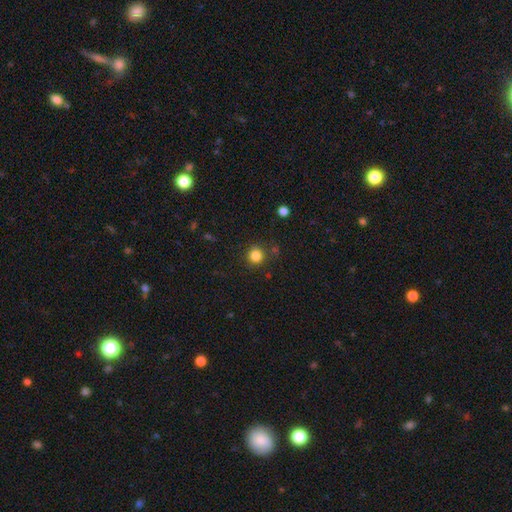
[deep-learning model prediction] A smooth galaxy with no disk features (83%) that is round (92%).

Vote fractions:
- Smooth or featured? smooth: 83% / star or artifact: 12% / featured or disk: 4%
- How rounded? round: 92% / in between: 7% / cigar-shaped: 1%
- Merging? none: 85% / minor disturbance: 9% / merger: 3% / major disturbance: 3%